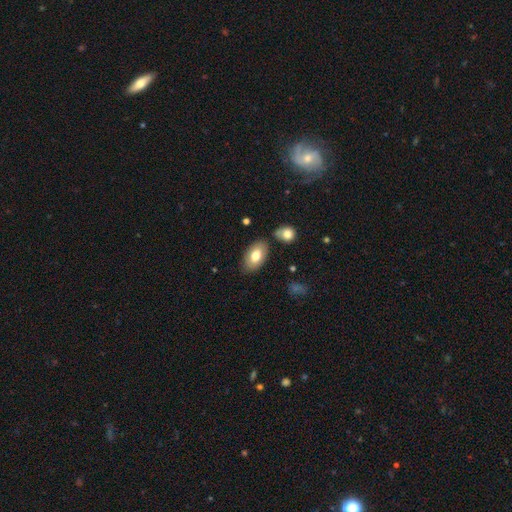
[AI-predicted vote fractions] Smooth or featured? Predicted: smooth (p=0.75). How rounded? Predicted: in between (p=0.94). Merging? Predicted: none (p=0.75).